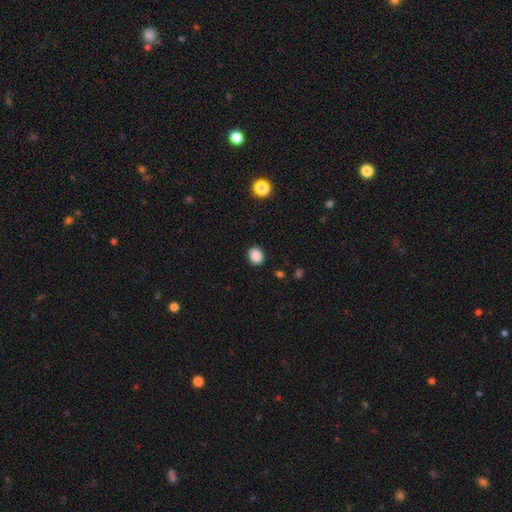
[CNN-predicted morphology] This appears to be a smooth galaxy with no disk features (88%) that is round (53%). Merging: none (89%).